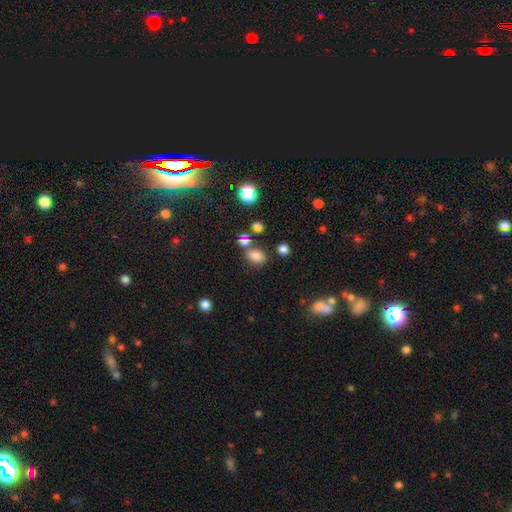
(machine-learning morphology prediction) This appears to be a smooth galaxy with no disk features (77%) that is in between round and cigar-shaped (65%). Merging: none (70%).